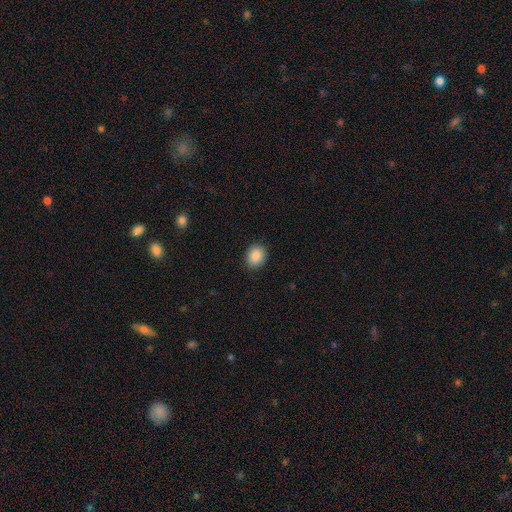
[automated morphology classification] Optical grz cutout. It shows a smooth galaxy with no disk features (89%) that is round (59%). Merging: none (89%).